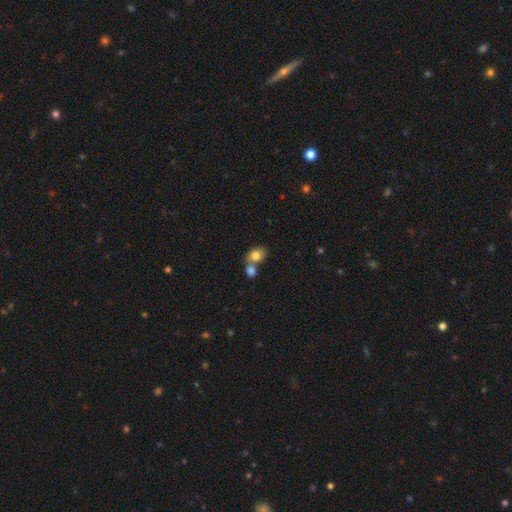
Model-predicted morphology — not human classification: This is clearly a smooth galaxy (81%). How rounded: possibly in between (55%). Merging: possibly merger (52%).